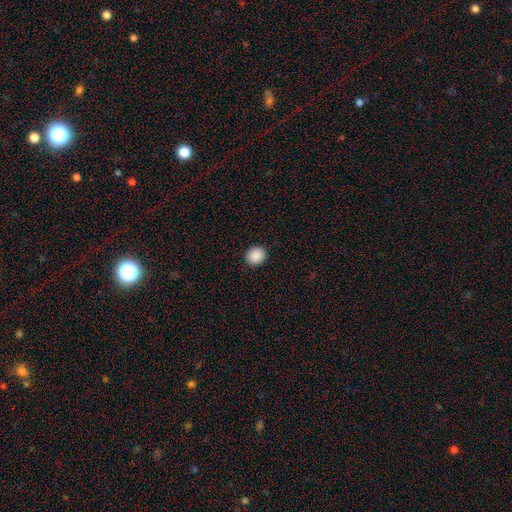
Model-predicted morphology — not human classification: Smooth or featured?
  - smooth: 90% *
  - star or artifact: 8%
  - featured or disk: 2%
How rounded?
  - round: 67% *
  - in between: 32%
  - cigar-shaped: 1%
Merging?
  - none: 91% *
  - minor disturbance: 6%
  - major disturbance: 2%
  - merger: 1%